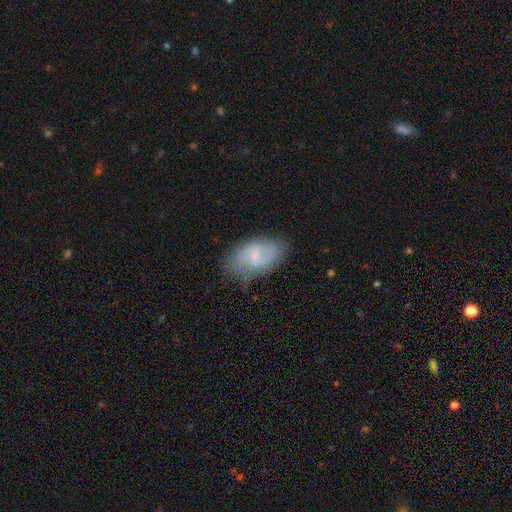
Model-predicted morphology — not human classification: Smooth or featured? Predicted: featured or disk (p=0.65). Edge-on disk? Predicted: no (p=0.96). Bar? Predicted: weak (p=0.62). Spiral arms? Predicted: yes (p=0.84). Spiral winding? Predicted: medium (p=0.46). Spiral arm count? Predicted: 2 (p=0.71). Bulge size? Predicted: small (p=0.52). Merging? Predicted: none (p=0.66).